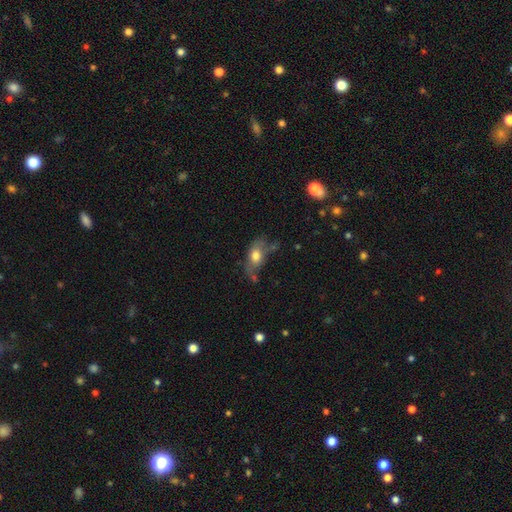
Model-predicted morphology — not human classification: Q: Smooth or featured?
A: smooth (64%); runner-up: featured or disk (28%)
Q: How rounded?
A: in between (84%); runner-up: round (11%)
Q: Merging?
A: none (40%); runner-up: minor disturbance (30%)